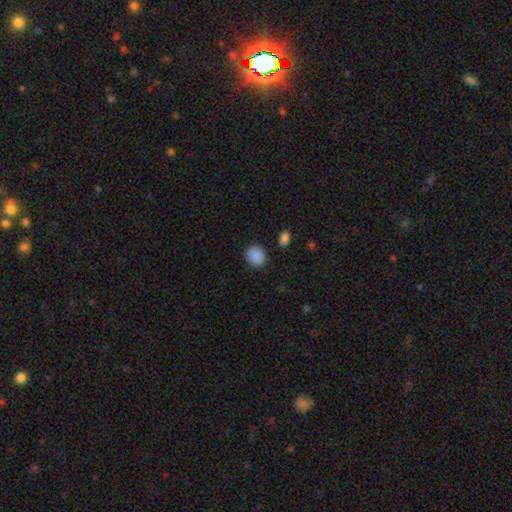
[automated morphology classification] Overall: smooth (89%). How rounded: round (73%). Merging: none (88%).